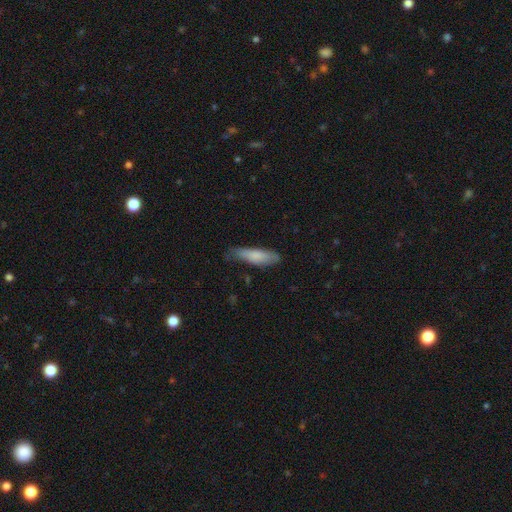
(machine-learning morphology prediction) A smooth galaxy with no disk features (78%) that is cigar-shaped (63%).

Vote fractions:
- Smooth or featured? smooth: 78% / featured or disk: 16% / star or artifact: 6%
- How rounded? cigar-shaped: 63% / in between: 35% / round: 2%
- Merging? none: 61% / minor disturbance: 31% / major disturbance: 6% / merger: 2%